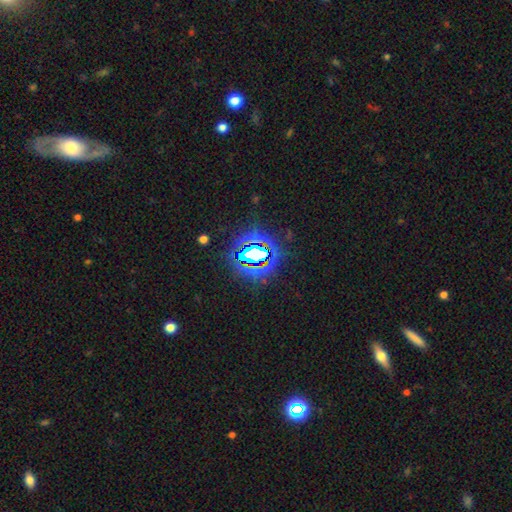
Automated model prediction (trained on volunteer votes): This appears to be a star or artifact, not a galaxy (73%).